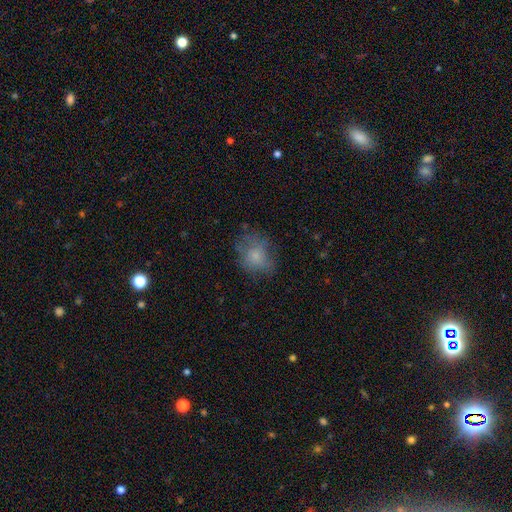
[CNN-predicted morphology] Q: Smooth or featured?
A: smooth (68%); runner-up: featured or disk (21%)
Q: How rounded?
A: round (53%); runner-up: in between (46%)
Q: Merging?
A: none (56%); runner-up: minor disturbance (25%)